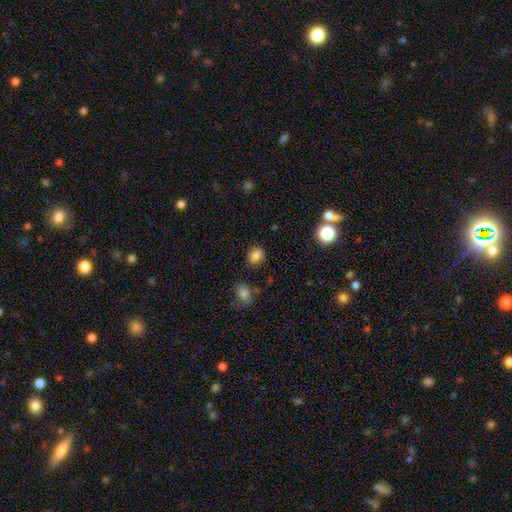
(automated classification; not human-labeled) A smooth galaxy with no disk features (81%) that is round (53%).

Vote fractions:
- Smooth or featured? smooth: 81% / star or artifact: 12% / featured or disk: 6%
- How rounded? round: 53% / in between: 46% / cigar-shaped: 1%
- Merging? none: 80% / minor disturbance: 13% / major disturbance: 4% / merger: 3%